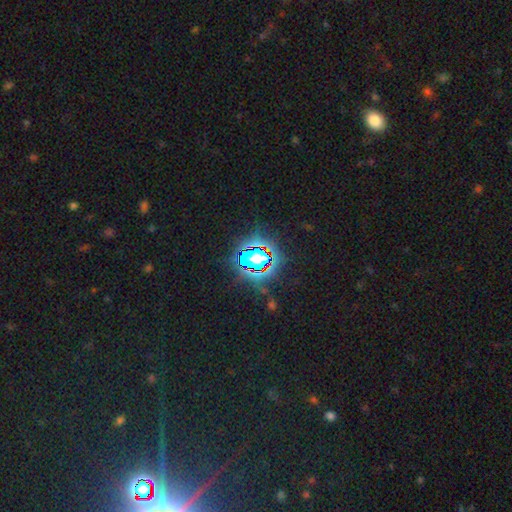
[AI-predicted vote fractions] Q: Smooth or featured?
A: star or artifact (82%); runner-up: smooth (11%)